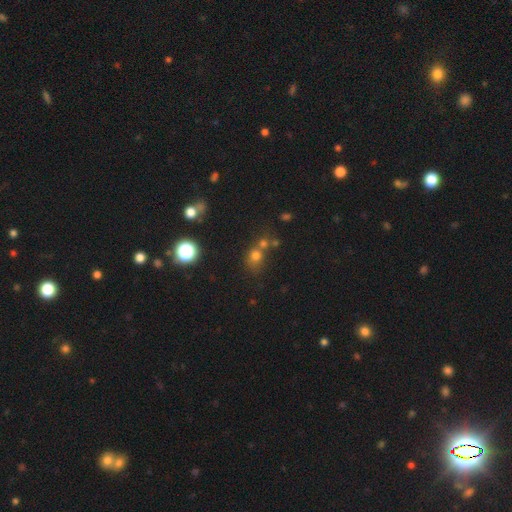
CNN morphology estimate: smooth_or_featured: smooth (p=0.66) [alt: star or artifact p=0.23]
how_rounded: round (p=0.75) [alt: in between p=0.24]
merging: none (p=0.46) [alt: merger p=0.38]